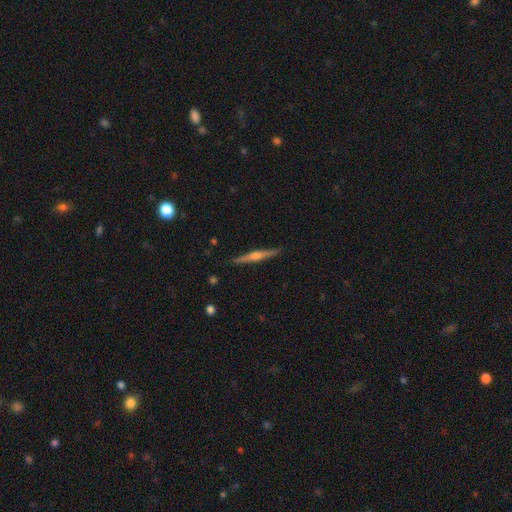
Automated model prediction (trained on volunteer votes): A featured or disk galaxy (75%) viewed edge-on (98%) with a rounded central bulge (87%). Merging: none (91%).